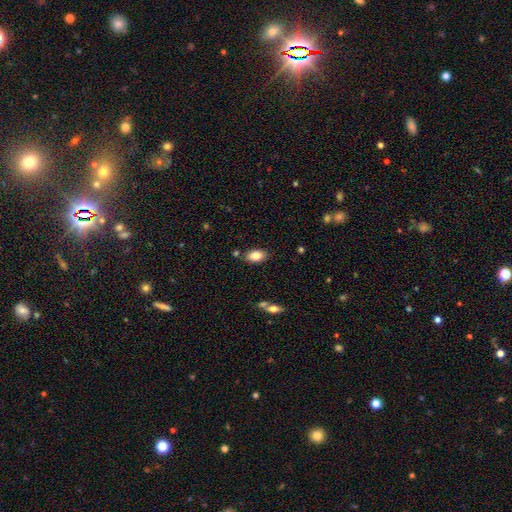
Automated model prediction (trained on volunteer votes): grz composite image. It shows a smooth galaxy with no disk features (83%) that is in between round and cigar-shaped (92%). Merging: none (79%).